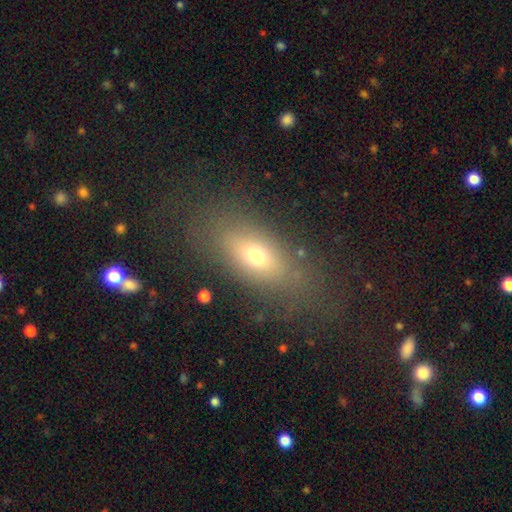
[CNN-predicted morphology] smooth_or_featured: smooth (p=0.65) [alt: featured or disk p=0.22]
how_rounded: in between (p=0.76) [alt: cigar-shaped p=0.14]
merging: none (p=0.73) [alt: minor disturbance p=0.15]